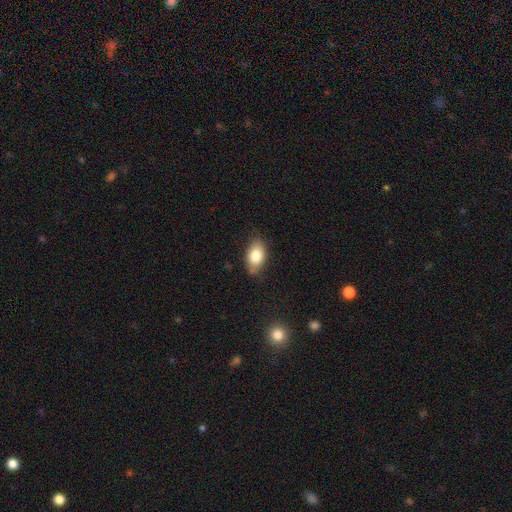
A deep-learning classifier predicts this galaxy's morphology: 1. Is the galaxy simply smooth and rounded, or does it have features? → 78% smooth, 15% featured or disk, 7% star or artifact.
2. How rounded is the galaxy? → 89% in between, 8% round, 3% cigar-shaped.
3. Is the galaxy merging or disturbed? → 76% none, 19% minor disturbance, 3% major disturbance, 1% merger.